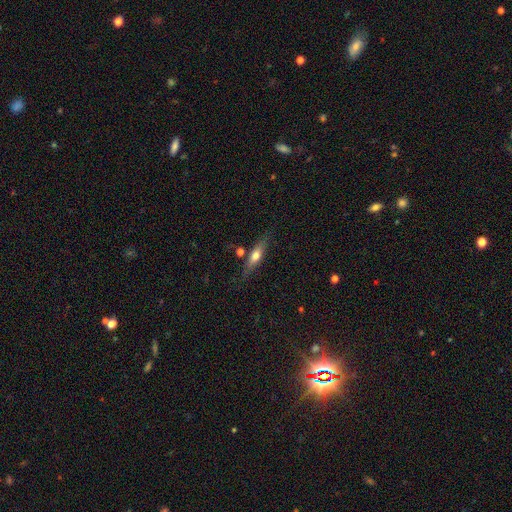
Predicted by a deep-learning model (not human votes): Q: Smooth or featured?
A: smooth (52%); runner-up: featured or disk (41%)
Q: How rounded?
A: cigar-shaped (67%); runner-up: in between (30%)
Q: Merging?
A: none (75%); runner-up: minor disturbance (15%)